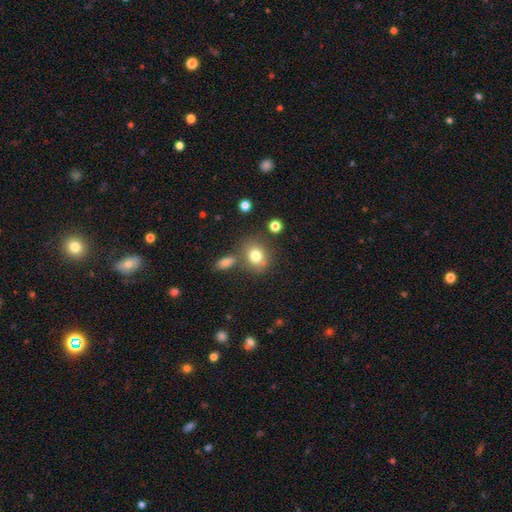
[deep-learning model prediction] A smooth galaxy with no disk features (79%) that is round (55%). Merging: none (66%).